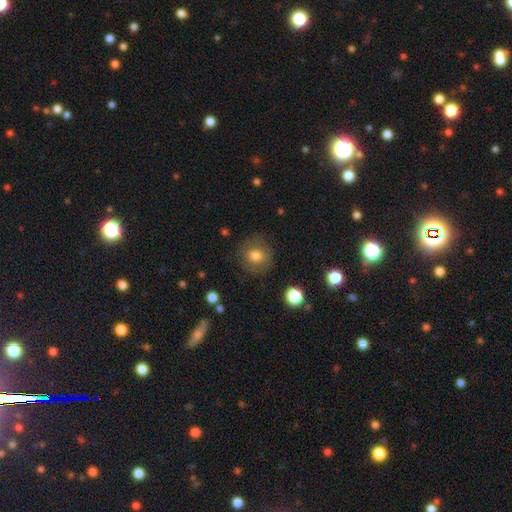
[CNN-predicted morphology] smooth-or-featured: smooth: 74% | featured or disk: 16% | star or artifact: 10%
  how-rounded: round: 86% | in between: 13% | cigar-shaped: 1%
  merging: none: 82% | minor disturbance: 11% | major disturbance: 5% | merger: 1%